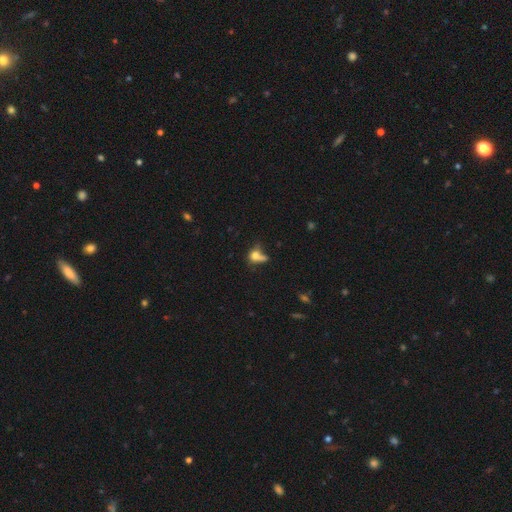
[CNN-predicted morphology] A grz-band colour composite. It shows a smooth galaxy with no disk features (66%) that is in between round and cigar-shaped (53%). Merging: none (29%).